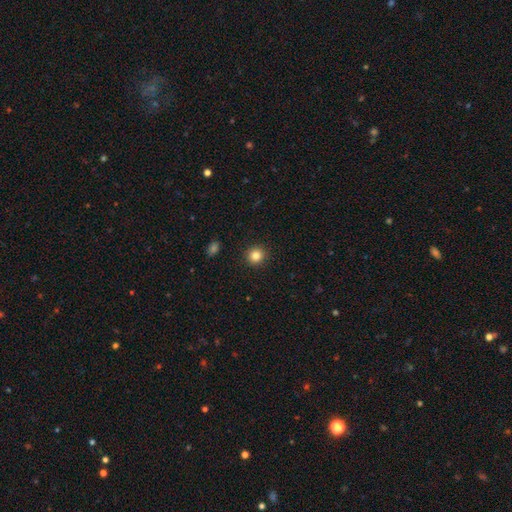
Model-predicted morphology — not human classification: smooth_or_featured: smooth (p=0.84) [alt: star or artifact p=0.11]
how_rounded: round (p=0.93) [alt: in between p=0.06]
merging: none (p=0.92) [alt: minor disturbance p=0.05]